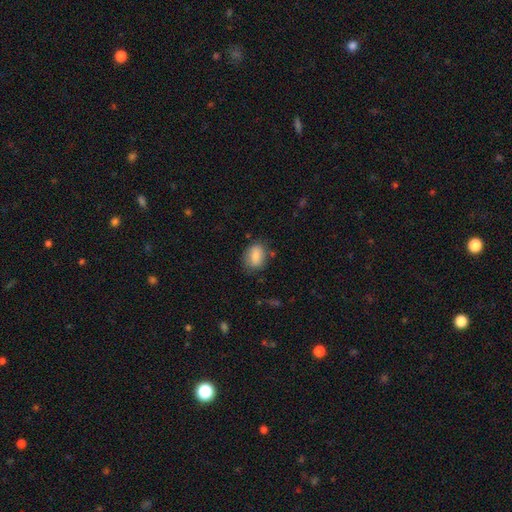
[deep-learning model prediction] Overall: smooth (81%). How rounded: in between (73%). Merging: none (71%).